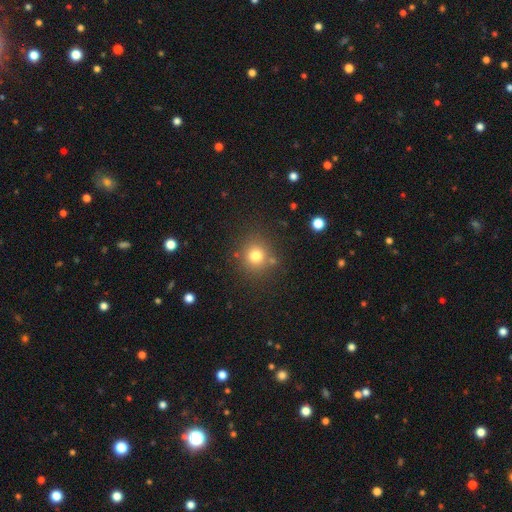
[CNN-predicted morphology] This appears to be a smooth galaxy with no disk features (77%) that is round (88%). Merging: none (82%).